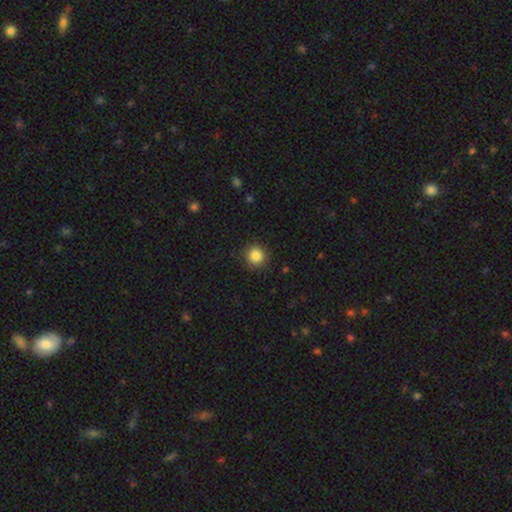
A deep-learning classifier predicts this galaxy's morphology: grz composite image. It shows a smooth galaxy with no disk features (85%) that is round (94%). Merging: none (90%).